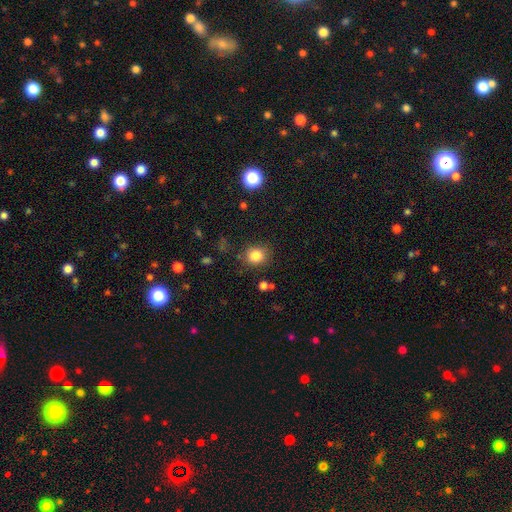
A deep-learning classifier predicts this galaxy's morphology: A smooth galaxy with no disk features (83%) that is round (80%). Merging: none (84%).